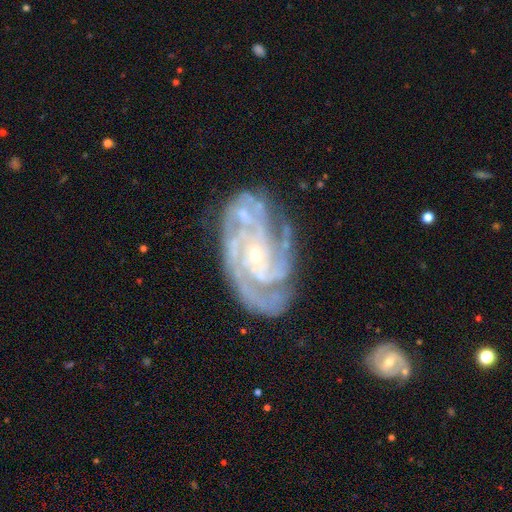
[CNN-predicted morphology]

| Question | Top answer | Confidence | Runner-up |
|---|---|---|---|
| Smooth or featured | featured or disk | 90% | star or artifact (6%) |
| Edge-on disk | no | 97% | yes (3%) |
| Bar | no | 66% | weak (25%) |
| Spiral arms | yes | 98% | no (2%) |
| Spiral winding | tight | 67% | medium (29%) |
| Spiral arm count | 3 | 31% | 4 (27%) |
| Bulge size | small | 78% | moderate (18%) |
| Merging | none | 68% | minor disturbance (20%) |